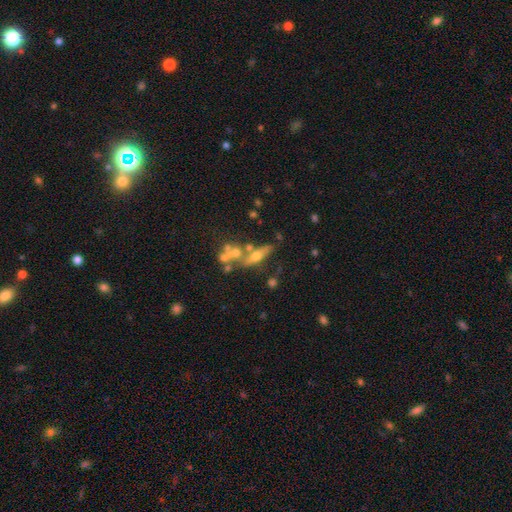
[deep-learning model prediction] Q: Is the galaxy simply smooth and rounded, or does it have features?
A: featured or disk — 58%.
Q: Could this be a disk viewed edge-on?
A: no — 50%, tied with yes.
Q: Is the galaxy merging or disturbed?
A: none — 39%.